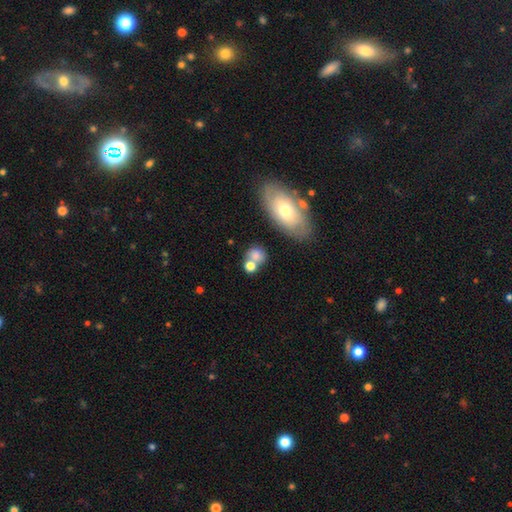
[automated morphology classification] smooth-or-featured: smooth: 77% | featured or disk: 12% | star or artifact: 10%
  how-rounded: round: 70% | in between: 28% | cigar-shaped: 2%
  merging: none: 48% | merger: 35% | minor disturbance: 12% | major disturbance: 6%